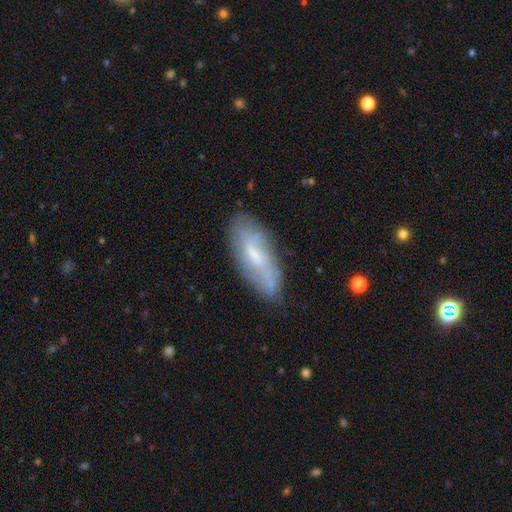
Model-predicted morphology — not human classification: Smooth or featured? featured or disk (47%)
Merging? none (68%)